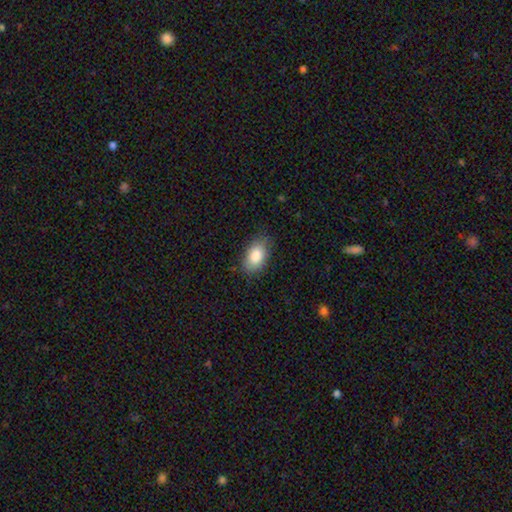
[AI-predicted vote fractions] The model was most divided on "merging": none: 79%, minor disturbance: 17%, major disturbance: 3%, merger: 1%. More confident: how rounded — in between (92%); smooth or featured — smooth (85%).